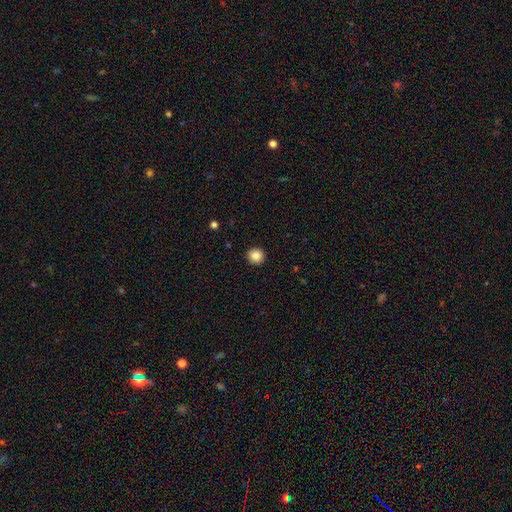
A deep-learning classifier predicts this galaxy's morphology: Smooth or featured? smooth (87%)
How rounded? round (94%)
Merging? none (92%)